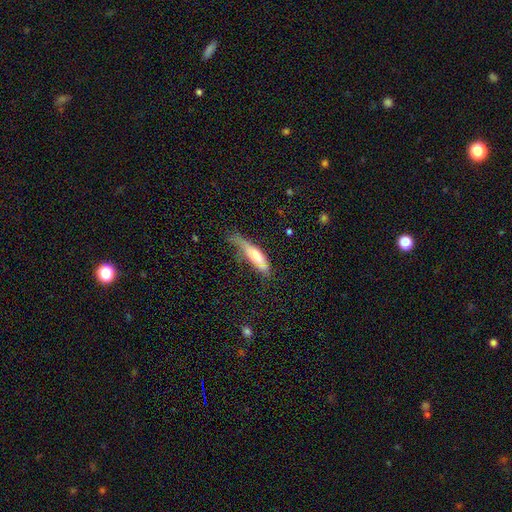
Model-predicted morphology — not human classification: Smooth or featured? smooth (58%)
How rounded? cigar-shaped (72%)
Merging? none (36%)